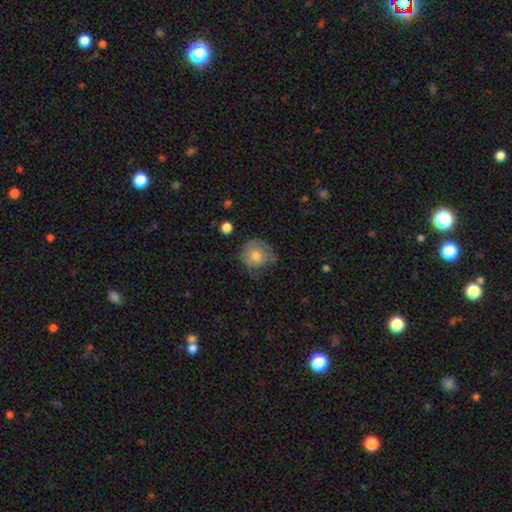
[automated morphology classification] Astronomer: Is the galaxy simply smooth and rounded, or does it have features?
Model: smooth — 69%.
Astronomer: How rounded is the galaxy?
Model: round — 83%.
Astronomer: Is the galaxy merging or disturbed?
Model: none — 59%.